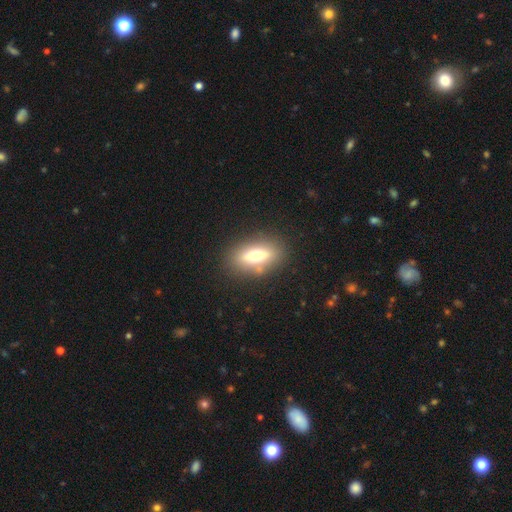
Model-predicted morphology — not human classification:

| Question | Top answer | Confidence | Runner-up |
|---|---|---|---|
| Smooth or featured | smooth | 59% | featured or disk (32%) |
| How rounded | in between | 69% | cigar-shaped (25%) |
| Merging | none | 83% | minor disturbance (11%) |